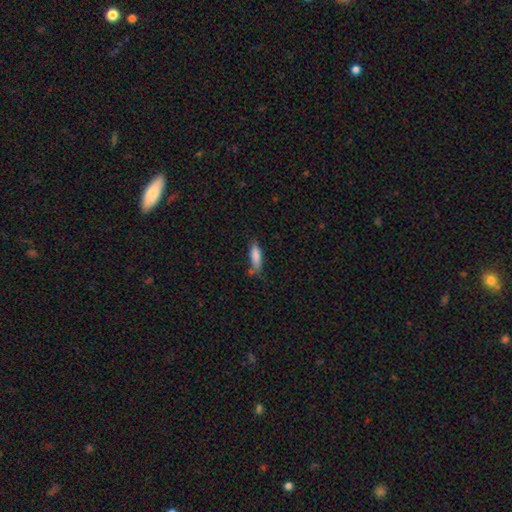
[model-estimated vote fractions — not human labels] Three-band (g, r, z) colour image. It shows a smooth galaxy with no disk features (84%) that is cigar-shaped (51%). Merging: none (60%).